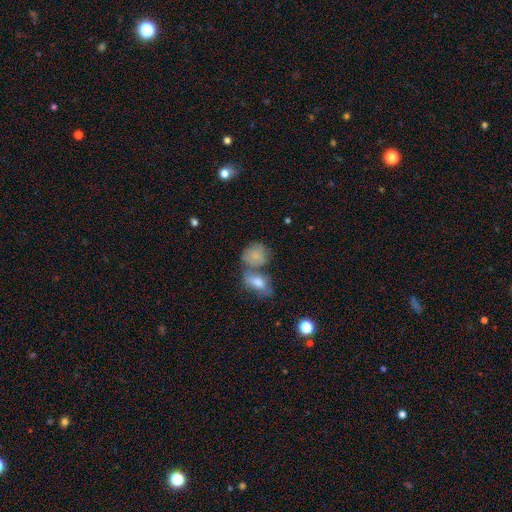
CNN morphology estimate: The model was most divided on "how rounded" (2-way tie): round: 49%, in between: 49%, cigar-shaped: 2%. Remaining: smooth or featured — smooth (72%); merging — merger (46%).